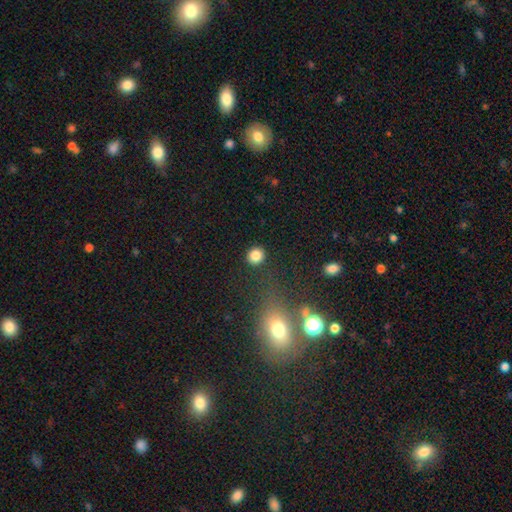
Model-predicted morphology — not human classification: Smooth or featured?
  - smooth: 84% *
  - star or artifact: 11%
  - featured or disk: 5%
How rounded?
  - round: 88% *
  - in between: 11%
  - cigar-shaped: 1%
Merging?
  - none: 90% *
  - minor disturbance: 6%
  - major disturbance: 2%
  - merger: 2%